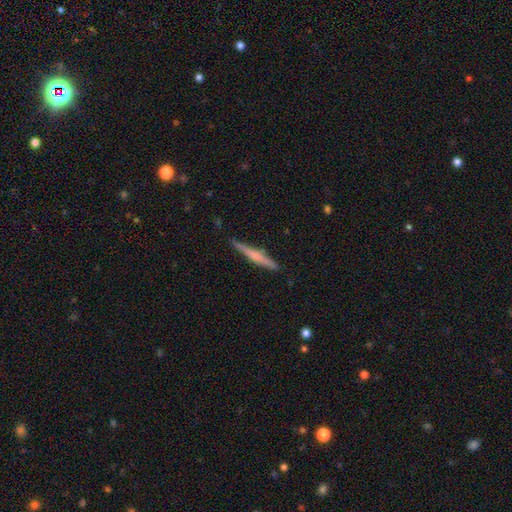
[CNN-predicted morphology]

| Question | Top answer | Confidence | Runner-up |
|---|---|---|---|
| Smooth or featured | featured or disk | 57% | smooth (37%) |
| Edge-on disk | yes | 98% | no (2%) |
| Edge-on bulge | rounded | 54% | none (30%) |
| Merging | none | 88% | minor disturbance (9%) |